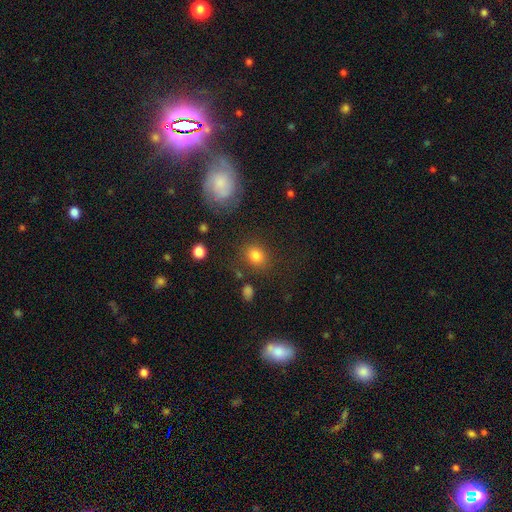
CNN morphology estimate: This is clearly a smooth galaxy (81%). How rounded: possibly round (59%). Merging: likely none (78%).